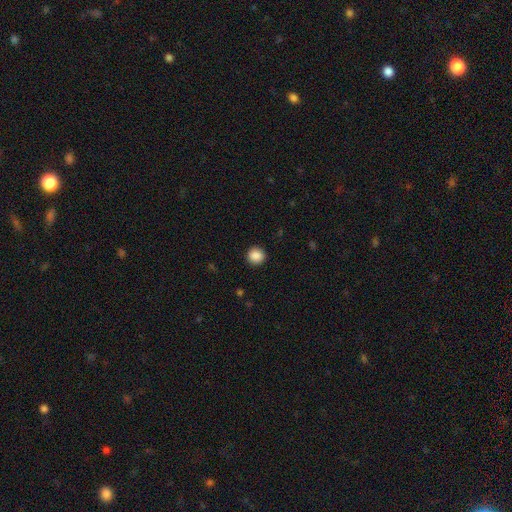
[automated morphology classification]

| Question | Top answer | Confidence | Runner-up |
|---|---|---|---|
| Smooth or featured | smooth | 88% | star or artifact (9%) |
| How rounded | round | 91% | in between (8%) |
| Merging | none | 91% | minor disturbance (6%) |